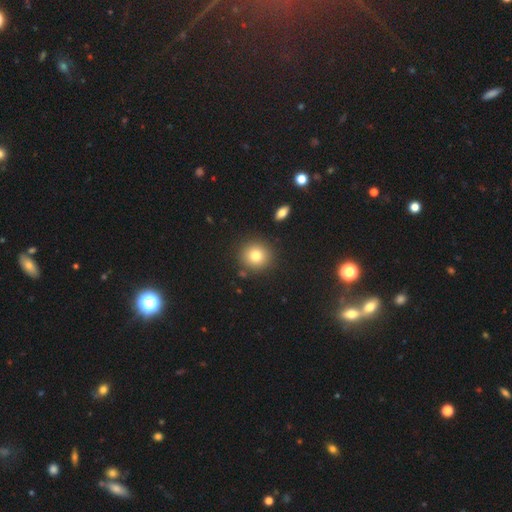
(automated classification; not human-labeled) Smooth or featured? Predicted: smooth (p=0.79). How rounded? Predicted: round (p=0.90). Merging? Predicted: none (p=0.88).